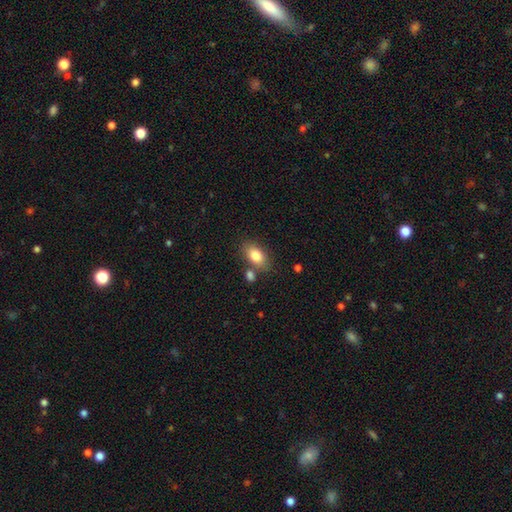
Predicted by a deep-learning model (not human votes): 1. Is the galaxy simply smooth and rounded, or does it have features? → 82% smooth, 11% featured or disk, 8% star or artifact.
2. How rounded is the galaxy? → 89% in between, 8% round, 3% cigar-shaped.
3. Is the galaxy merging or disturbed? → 71% none, 13% minor disturbance, 12% merger, 3% major disturbance.